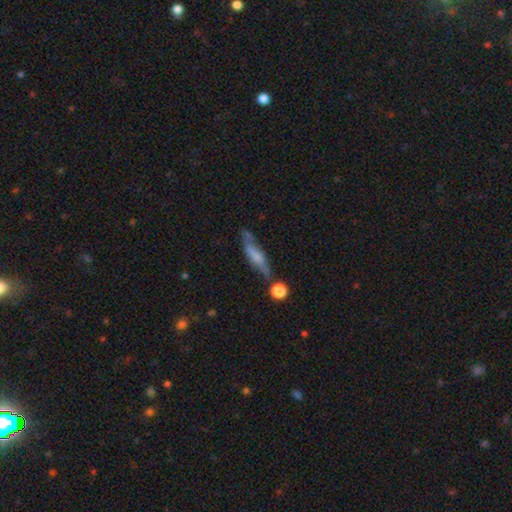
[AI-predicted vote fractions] smooth_or_featured: featured or disk (p=0.50) [alt: smooth p=0.41]
disk_edge_on: yes (p=0.69) [alt: no p=0.31]
merging: none (p=0.51) [alt: minor disturbance p=0.25]